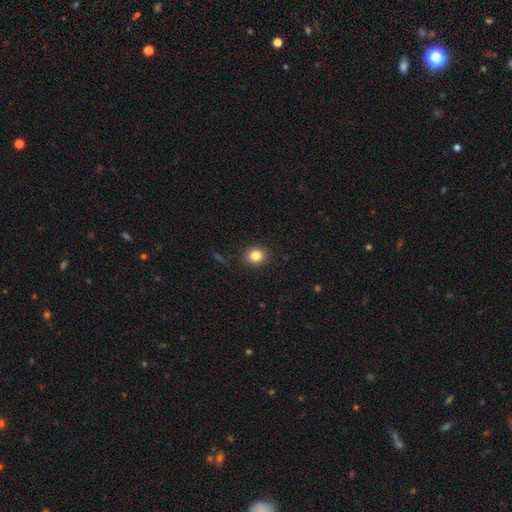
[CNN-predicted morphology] This appears to be a smooth galaxy with no disk features (82%) that is round (84%). Merging: none (91%).